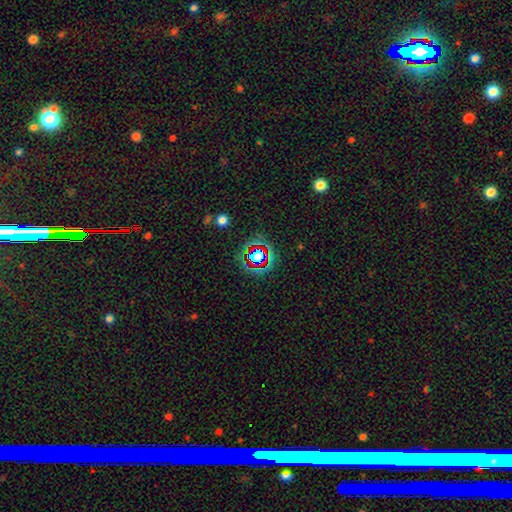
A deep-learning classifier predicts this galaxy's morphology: Smooth or featured: star or artifact — 61% (smooth — 25%)